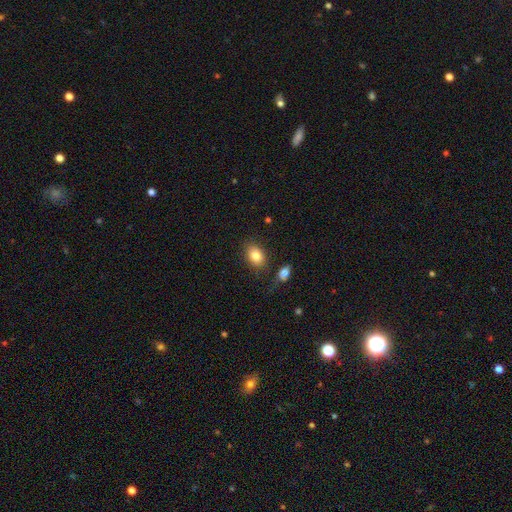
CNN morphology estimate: Q: Smooth or featured?
A: smooth (84%); runner-up: featured or disk (8%)
Q: How rounded?
A: in between (82%); runner-up: round (16%)
Q: Merging?
A: none (79%); runner-up: minor disturbance (13%)